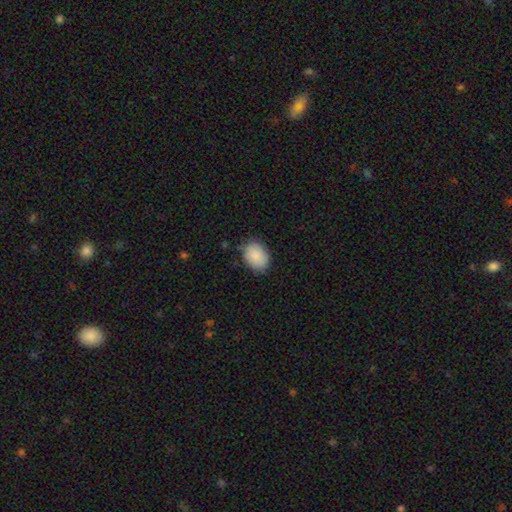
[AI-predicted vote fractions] A smooth galaxy with no disk features (87%) that is in between round and cigar-shaped (67%). Merging: none (76%).